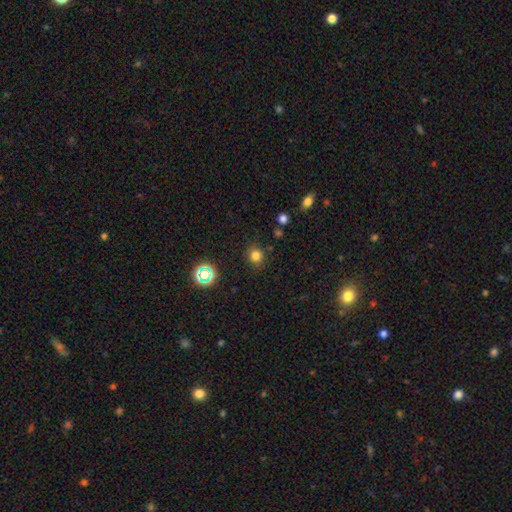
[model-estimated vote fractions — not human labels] Smooth or featured? Predicted: smooth (p=0.77). How rounded? Predicted: round (p=0.89). Merging? Predicted: none (p=0.86).